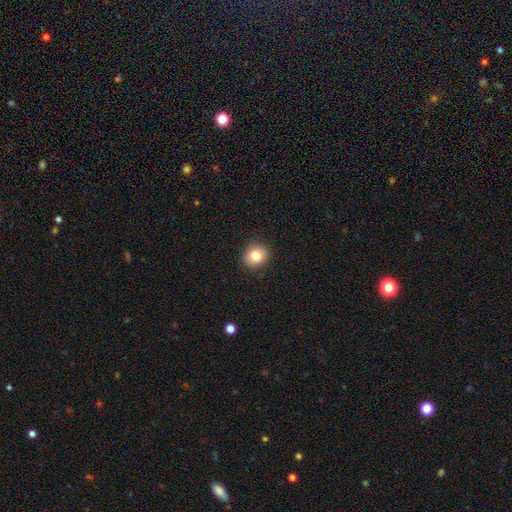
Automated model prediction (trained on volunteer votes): A smooth galaxy with no disk features (81%) that is round (77%). Merging: none (89%).